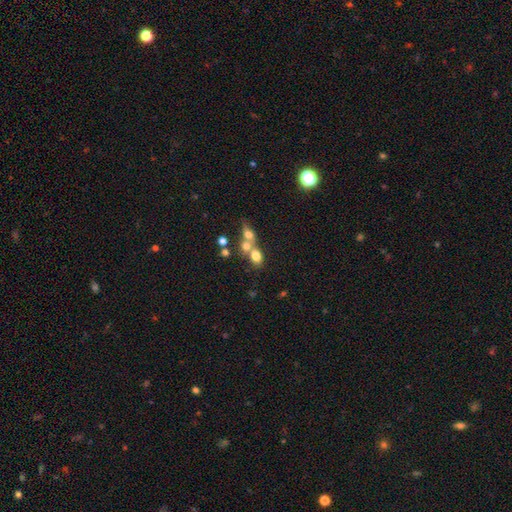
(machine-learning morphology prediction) smooth-or-featured: smooth: 69% | featured or disk: 18% | star or artifact: 13%
  how-rounded: round: 49% (tied) | in between: 49% (tied) | cigar-shaped: 2%
  merging: merger: 57% | none: 30% | minor disturbance: 7% | major disturbance: 5%